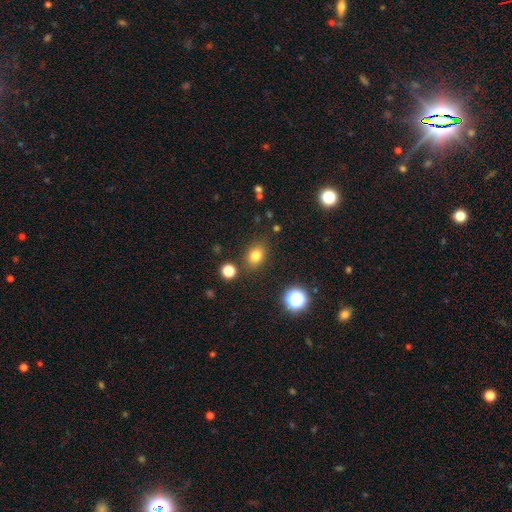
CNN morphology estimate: smooth-or-featured: smooth: 79% | star or artifact: 14% | featured or disk: 8%
  how-rounded: in between: 60% | round: 39% | cigar-shaped: 1%
  merging: none: 81% | minor disturbance: 11% | merger: 4% | major disturbance: 4%